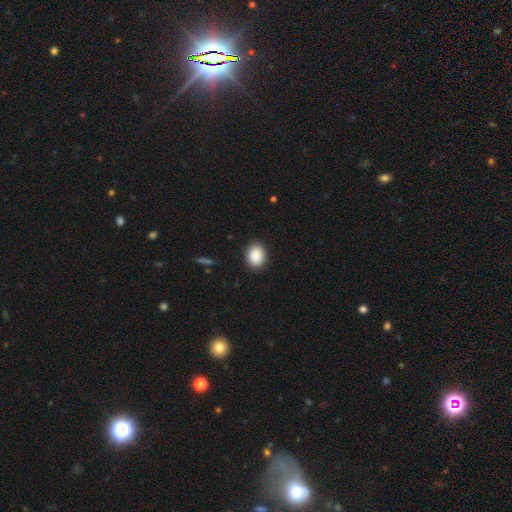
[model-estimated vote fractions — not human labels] Overall: smooth (89%). How rounded: in between (62%; round 37%). Merging: none (89%).